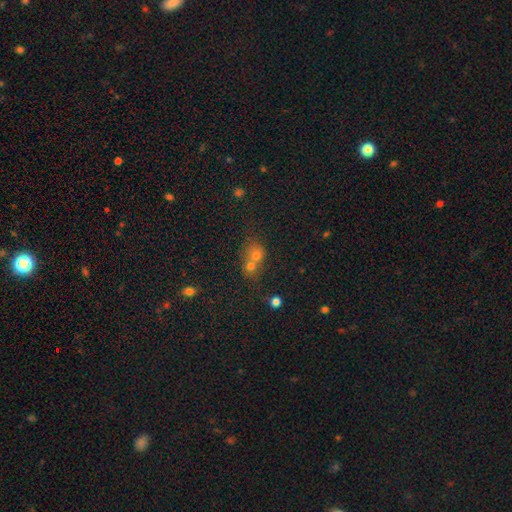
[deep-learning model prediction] smooth-or-featured: smooth: 65% | star or artifact: 20% | featured or disk: 15%
  how-rounded: round: 71% | in between: 28% | cigar-shaped: 1%
  merging: merger: 62% | none: 29% | minor disturbance: 6% | major disturbance: 3%